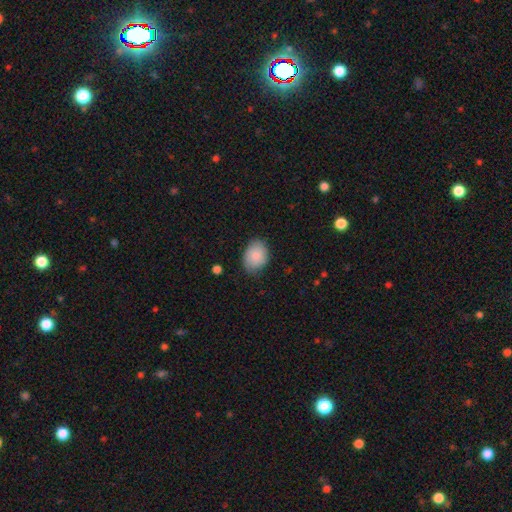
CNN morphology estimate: Q: Smooth or featured?
A: smooth (85%); runner-up: featured or disk (8%)
Q: How rounded?
A: in between (65%); runner-up: round (34%)
Q: Merging?
A: none (74%); runner-up: minor disturbance (21%)